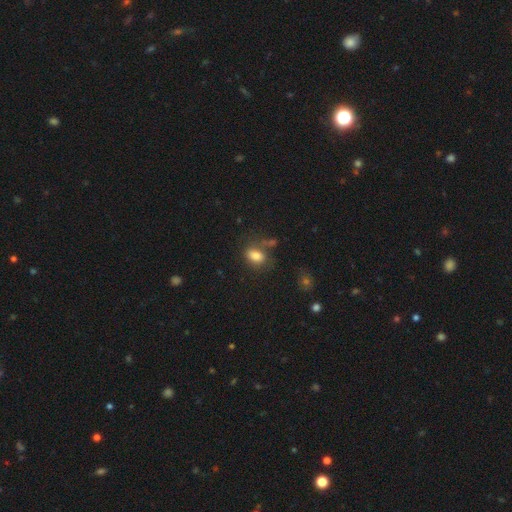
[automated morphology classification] smooth_or_featured: smooth (p=0.82) [alt: star or artifact p=0.10]
how_rounded: in between (p=0.83) [alt: round p=0.15]
merging: none (p=0.63) [alt: minor disturbance p=0.19]